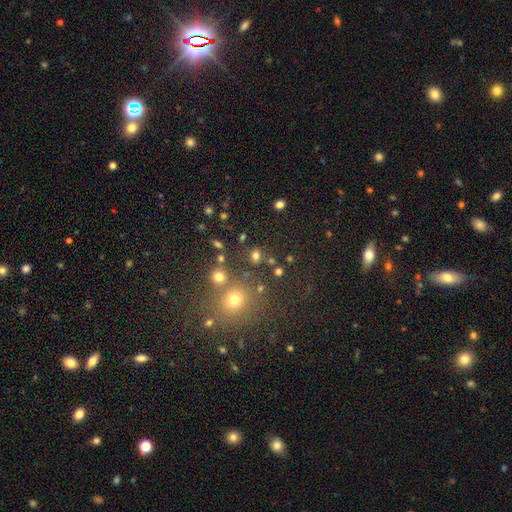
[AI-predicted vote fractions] Smooth or featured? smooth (72%)
How rounded? round (71%)
Merging? none (77%)